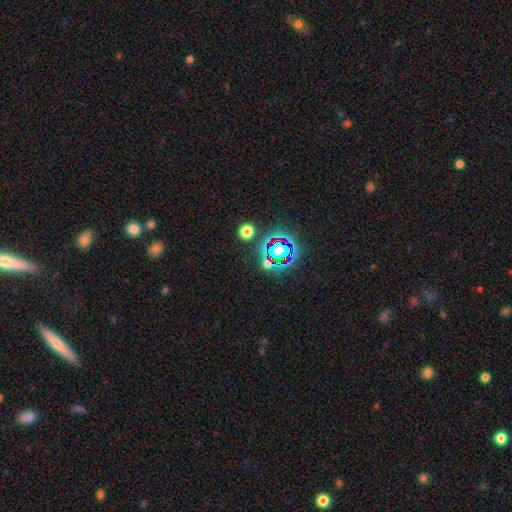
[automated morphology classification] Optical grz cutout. It shows a star or artifact, not a galaxy (76%).